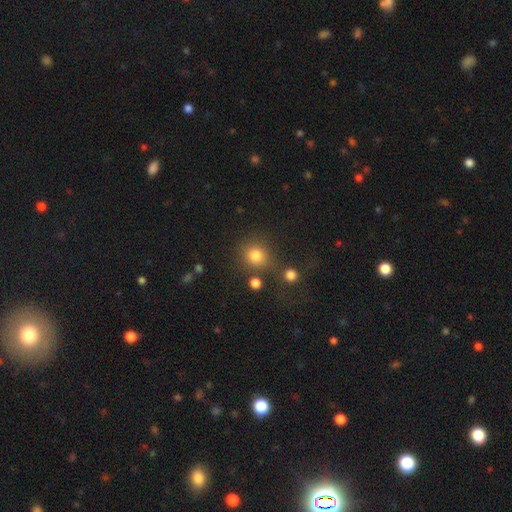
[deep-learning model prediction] This is likely a smooth galaxy (79%). How rounded: clearly round (87%). Merging: likely none (70%).